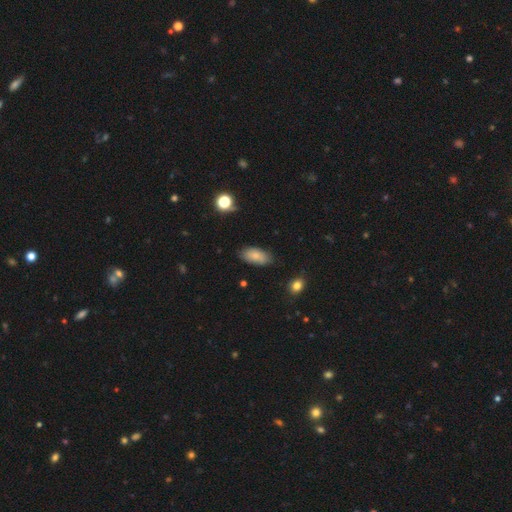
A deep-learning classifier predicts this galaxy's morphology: Smooth or featured?
  - smooth: 81% *
  - featured or disk: 12%
  - star or artifact: 8%
How rounded?
  - in between: 91% *
  - cigar-shaped: 6%
  - round: 3%
Merging?
  - none: 78% *
  - minor disturbance: 17%
  - major disturbance: 3%
  - merger: 2%